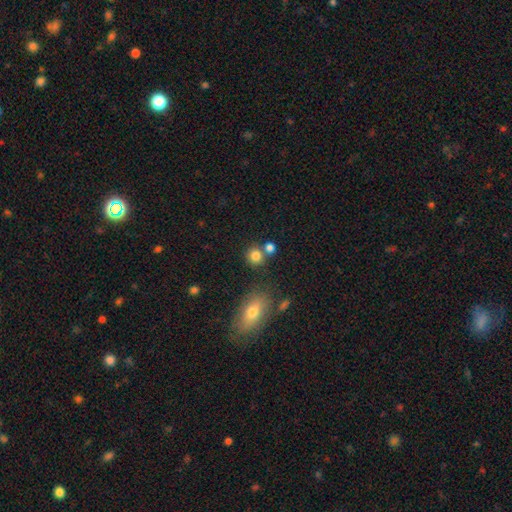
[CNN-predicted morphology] Smooth or featured? Predicted: smooth (p=0.81). How rounded? Predicted: round (p=0.85). Merging? Predicted: none (p=0.67).